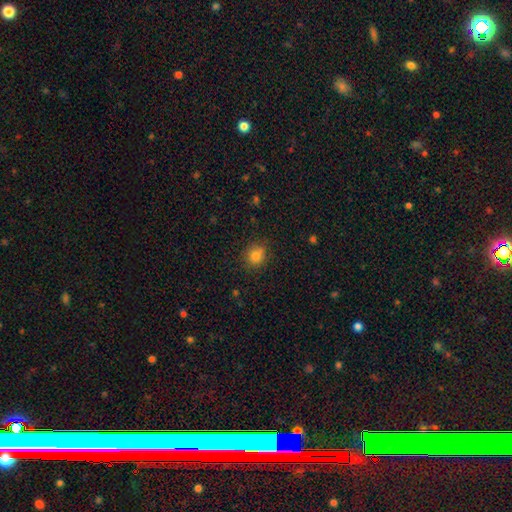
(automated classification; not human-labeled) Q: Smooth or featured?
A: smooth (81%); runner-up: star or artifact (12%)
Q: How rounded?
A: round (84%); runner-up: in between (15%)
Q: Merging?
A: none (83%); runner-up: minor disturbance (11%)